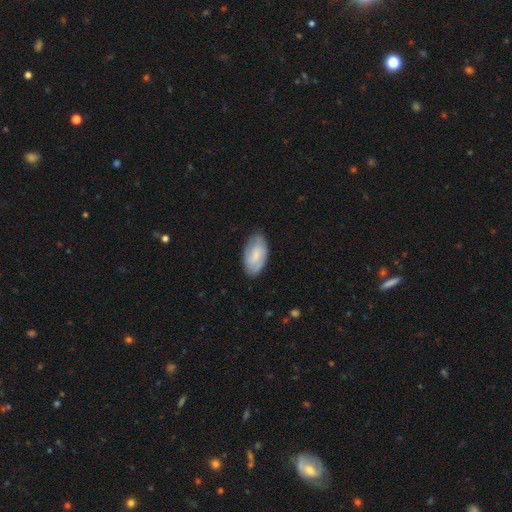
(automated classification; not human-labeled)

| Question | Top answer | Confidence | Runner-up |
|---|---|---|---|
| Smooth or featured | smooth | 54% | featured or disk (40%) |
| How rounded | in between | 94% | round (4%) |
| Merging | none | 78% | minor disturbance (17%) |